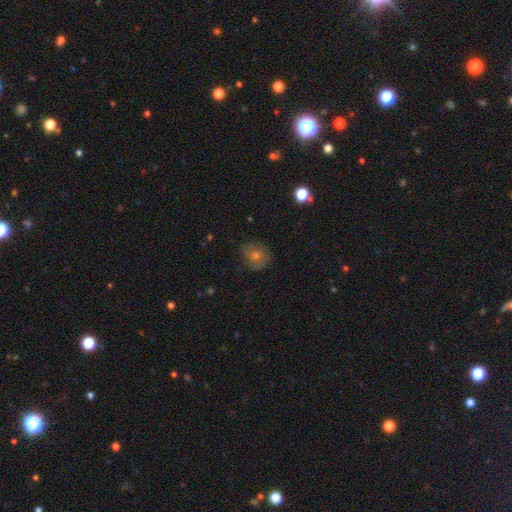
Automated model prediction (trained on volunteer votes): Smooth or featured? Predicted: smooth (p=0.54). How rounded? Predicted: round (p=0.76). Merging? Predicted: none (p=0.78).